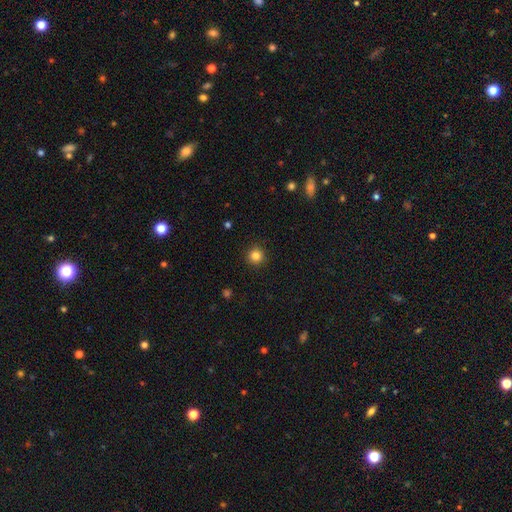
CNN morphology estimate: A smooth galaxy with no disk features (84%) that is round (95%). Merging: none (92%).